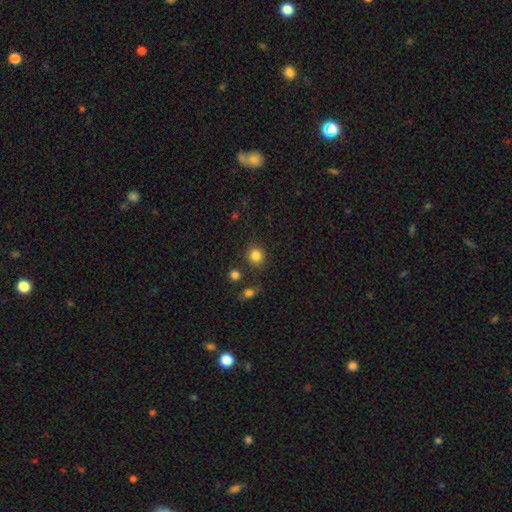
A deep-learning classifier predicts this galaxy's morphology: A smooth galaxy with no disk features (84%) that is round (87%). Merging: none (84%).